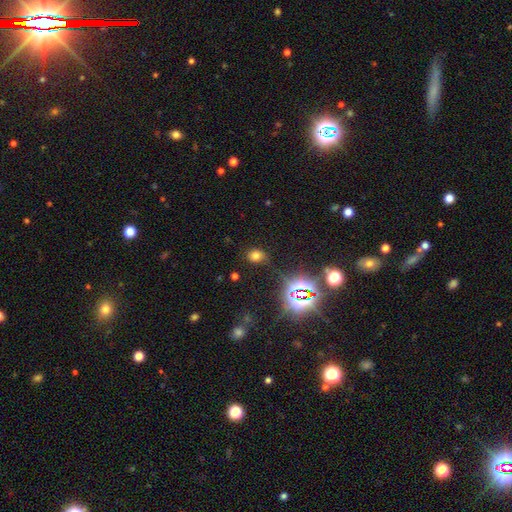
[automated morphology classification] This is likely a smooth galaxy (65%). How rounded: possibly in between (51%). Merging: likely none (78%).